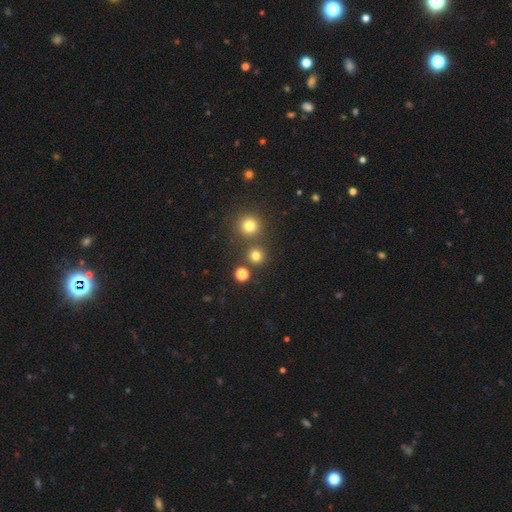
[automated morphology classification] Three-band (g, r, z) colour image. It shows a smooth galaxy with no disk features (77%) that is round (92%). Merging: none (79%).